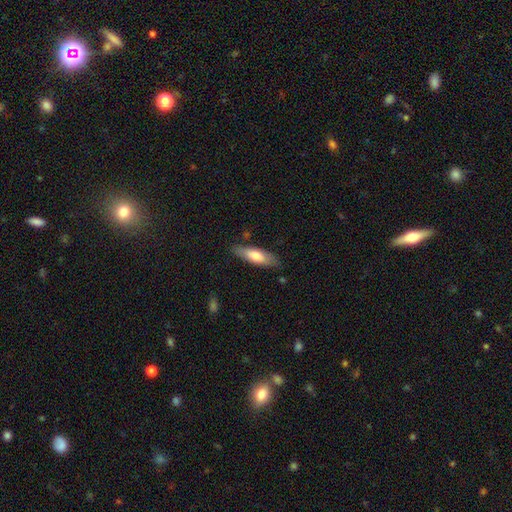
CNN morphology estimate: The model was most divided on "how rounded": in between: 50%, cigar-shaped: 48%, round: 2%. More confident: merging — none (81%); smooth or featured — smooth (68%).